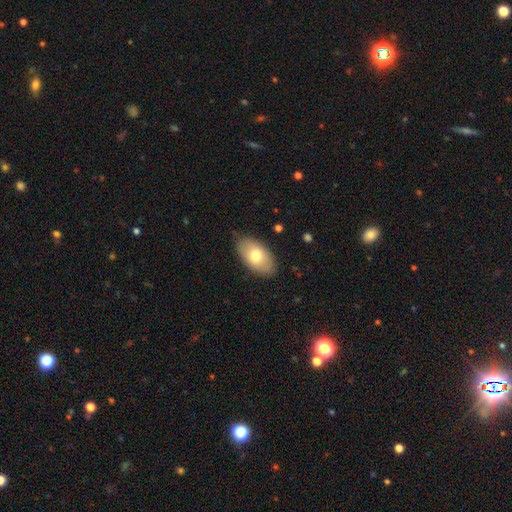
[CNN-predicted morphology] smooth_or_featured: smooth (p=0.71) [alt: featured or disk p=0.22]
how_rounded: in between (p=0.94) [alt: round p=0.05]
merging: none (p=0.83) [alt: minor disturbance p=0.13]